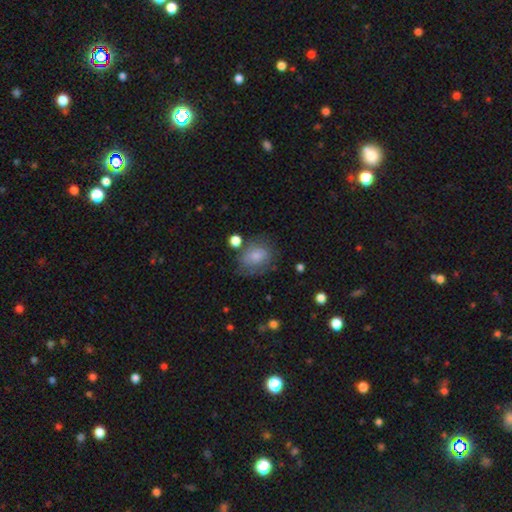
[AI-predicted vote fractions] Smooth or featured?
  - smooth: 71% *
  - featured or disk: 20%
  - star or artifact: 9%
How rounded?
  - in between: 55% *
  - round: 44%
  - cigar-shaped: 1%
Merging?
  - none: 57% *
  - minor disturbance: 24%
  - major disturbance: 13%
  - merger: 6%